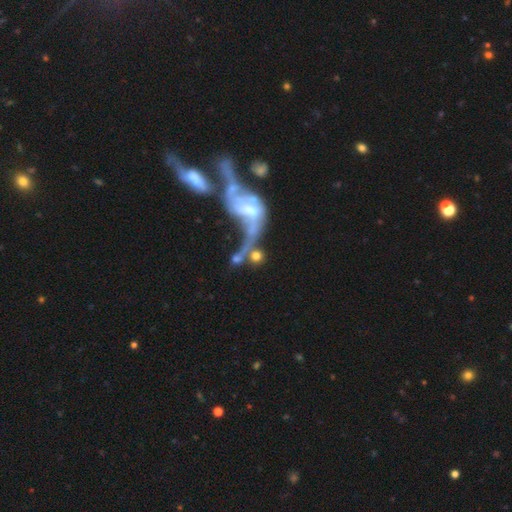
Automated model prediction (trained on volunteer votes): smooth-or-featured: smooth: 53% | featured or disk: 35% | star or artifact: 13%
  how-rounded: round: 69% | in between: 25% | cigar-shaped: 6%
  merging: merger: 44% | none: 30% | major disturbance: 16% | minor disturbance: 10%